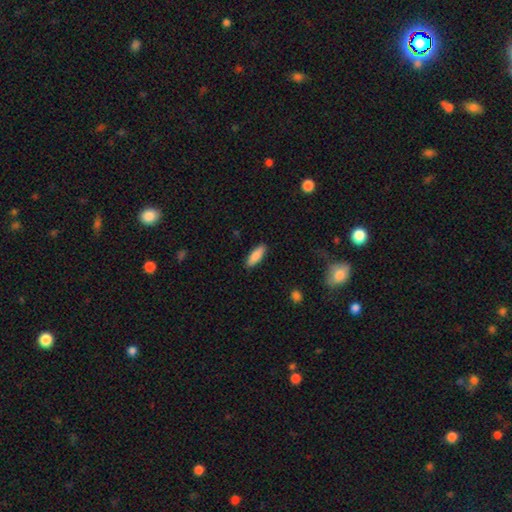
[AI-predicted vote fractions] smooth-or-featured: smooth: 86% | featured or disk: 8% | star or artifact: 6%
  how-rounded: in between: 60% | cigar-shaped: 38% | round: 2%
  merging: none: 89% | minor disturbance: 8% | major disturbance: 2% | merger: 1%